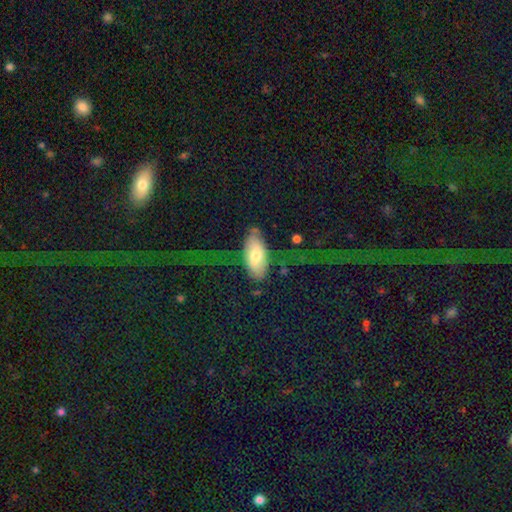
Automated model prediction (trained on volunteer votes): Overall: smooth (67%). How rounded: in between (89%). Merging: none (58%; major disturbance 19%).